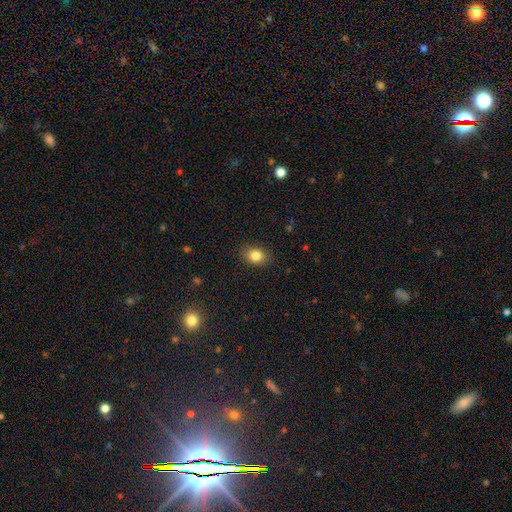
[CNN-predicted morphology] Q: Smooth or featured?
A: smooth (84%); runner-up: star or artifact (9%)
Q: How rounded?
A: in between (71%); runner-up: round (28%)
Q: Merging?
A: none (85%); runner-up: minor disturbance (11%)